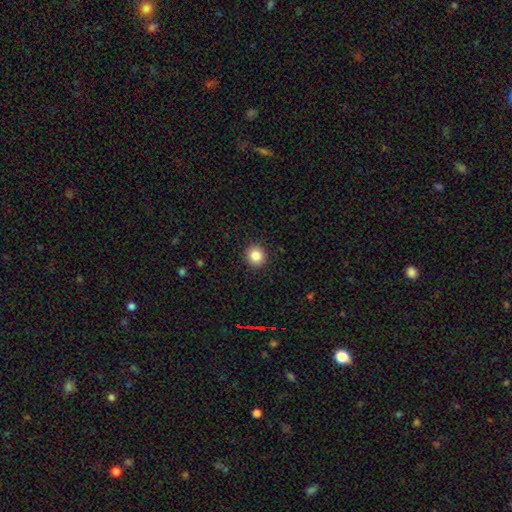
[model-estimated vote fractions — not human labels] Morphology: type=smooth (85%); roundness=round (89%); merging=none (92%).